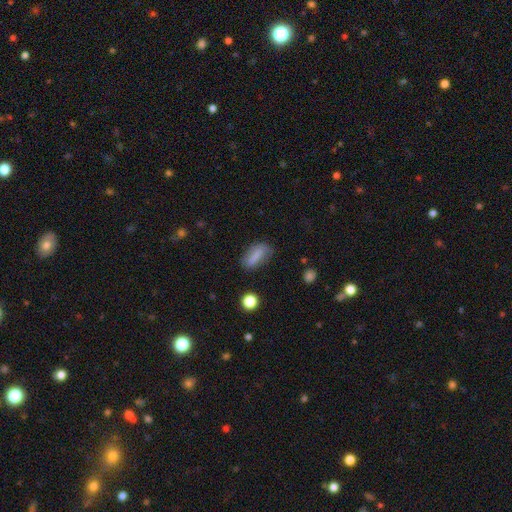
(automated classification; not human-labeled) smooth-or-featured: smooth: 74% | featured or disk: 17% | star or artifact: 9%
  how-rounded: in between: 68% | cigar-shaped: 27% | round: 5%
  merging: none: 71% | minor disturbance: 20% | major disturbance: 7% | merger: 3%